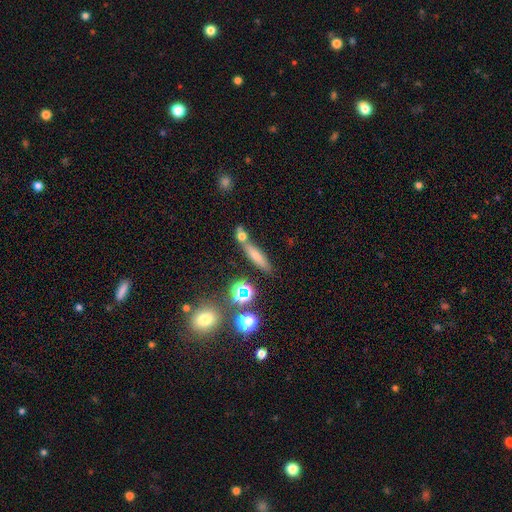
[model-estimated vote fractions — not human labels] Smooth or featured: smooth — 63% (featured or disk — 21%)
How rounded: cigar-shaped — 70% (in between — 22%)
Merging: none — 63% (merger — 20%)